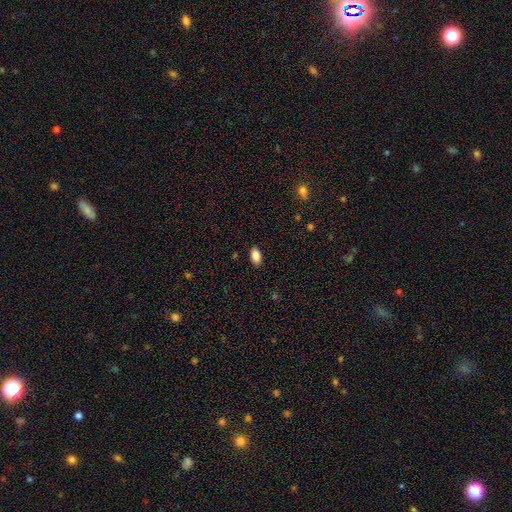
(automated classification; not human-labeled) This is clearly a smooth galaxy (86%). How rounded: clearly in between (92%). Merging: clearly none (88%).